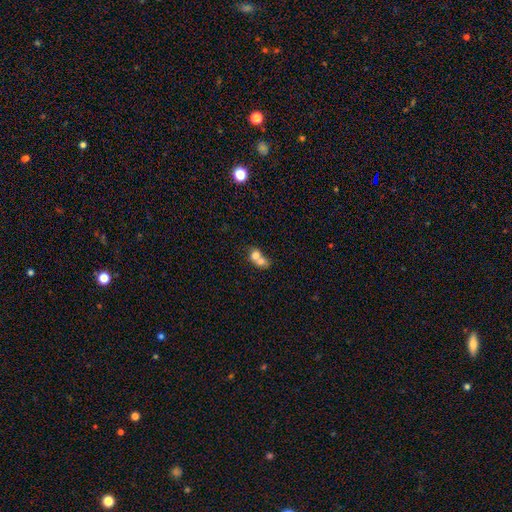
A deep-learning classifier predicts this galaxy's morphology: Smooth or featured?
  - smooth: 70% *
  - featured or disk: 21%
  - star or artifact: 9%
How rounded?
  - round: 57% *
  - in between: 41%
  - cigar-shaped: 1%
Merging?
  - merger: 76% *
  - none: 16%
  - minor disturbance: 5%
  - major disturbance: 3%